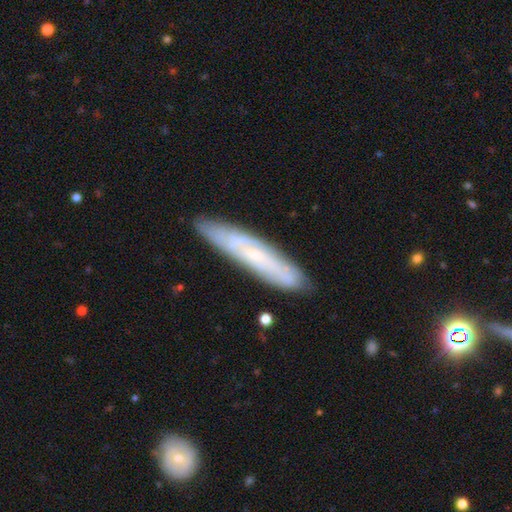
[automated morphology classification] Smooth or featured?
  - featured or disk: 58% *
  - smooth: 35%
  - star or artifact: 7%
Edge-on disk?
  - yes: 50% * (tied)
  - no: 50% * (tied)
Merging?
  - none: 85% *
  - minor disturbance: 11%
  - major disturbance: 2%
  - merger: 2%